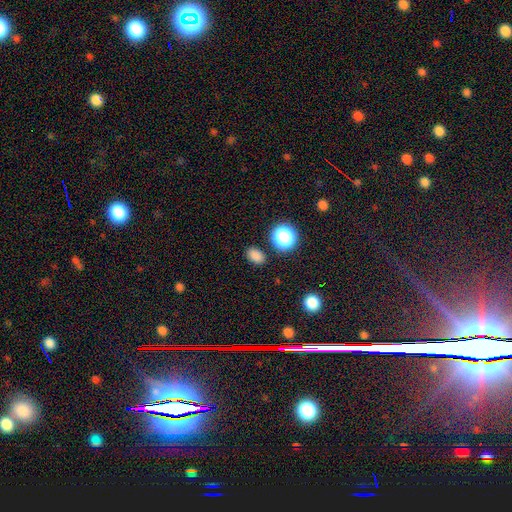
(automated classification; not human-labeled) Smooth or featured?
  - smooth: 81% *
  - star or artifact: 15%
  - featured or disk: 4%
How rounded?
  - in between: 74% *
  - round: 24%
  - cigar-shaped: 1%
Merging?
  - none: 86% *
  - minor disturbance: 9%
  - merger: 3%
  - major disturbance: 3%